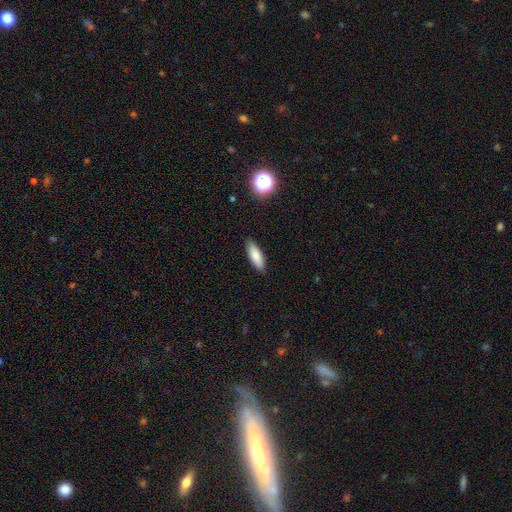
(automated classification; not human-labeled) smooth 85%, featured or disk 8%, star or artifact 7%. Down the decision tree: how rounded — in between (61%); merging — none (87%).